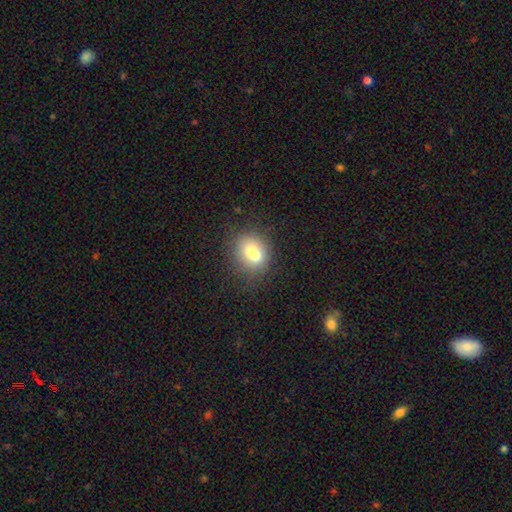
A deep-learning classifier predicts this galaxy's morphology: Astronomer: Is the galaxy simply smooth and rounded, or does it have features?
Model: smooth — 69%.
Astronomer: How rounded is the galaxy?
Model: round — 61% (runner-up: in between, 37%).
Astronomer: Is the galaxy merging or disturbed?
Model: none — 47% (runner-up: merger, 35%).